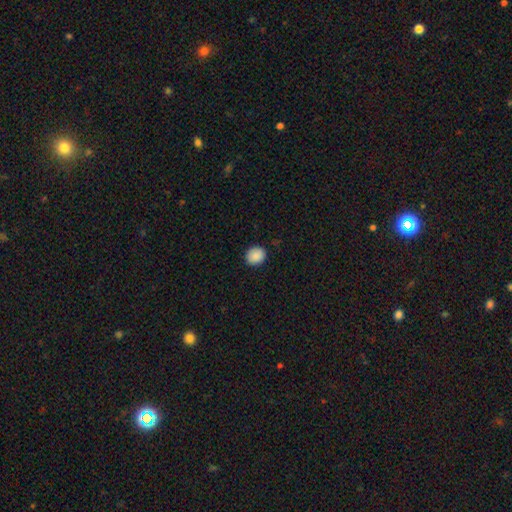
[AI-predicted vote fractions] smooth_or_featured: smooth (p=0.89) [alt: star or artifact p=0.08]
how_rounded: round (p=0.73) [alt: in between p=0.26]
merging: none (p=0.89) [alt: minor disturbance p=0.08]